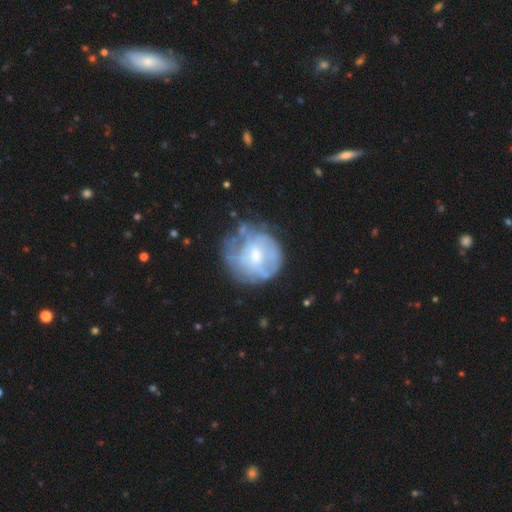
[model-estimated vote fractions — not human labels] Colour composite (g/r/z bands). It shows a featured or disk galaxy (55%) with no bar (53%), no spiral arms (64%) and a moderate central bulge (53%). Merging: none (52%).